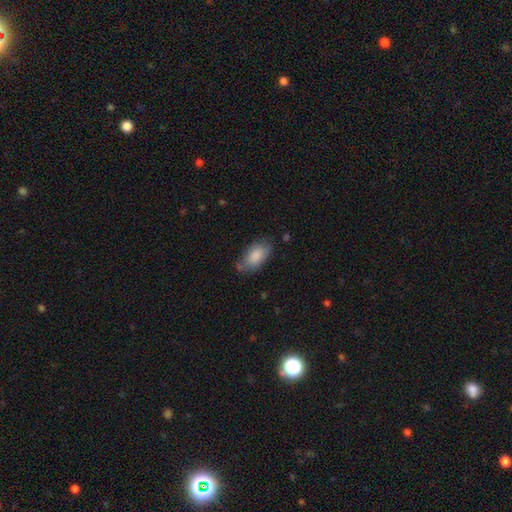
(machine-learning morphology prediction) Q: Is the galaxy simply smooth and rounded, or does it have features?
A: smooth — 83%.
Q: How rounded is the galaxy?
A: in between — 92%.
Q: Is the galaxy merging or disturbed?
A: none — 61%.